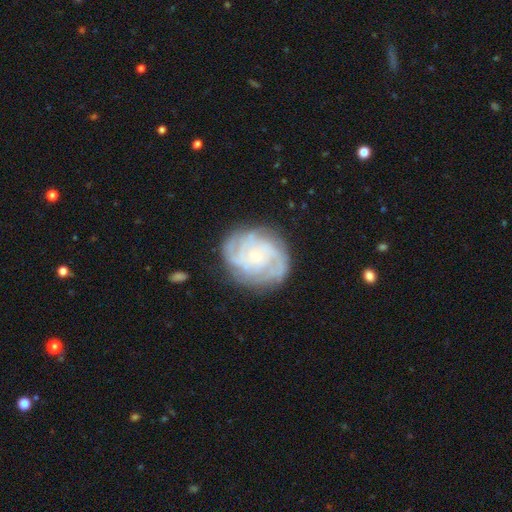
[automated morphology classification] The model was most divided on "spiral arm count": can't tell: 31%, 4: 21%, 3: 19%, 2: 14%, more than 4: 10%, 1: 6%. More confident: edge-on disk — no (97%); spiral arms — yes (94%); smooth or featured — featured or disk (81%); bulge size — small (80%); merging — none (78%); bar — no (78%); spiral winding — tight (68%).